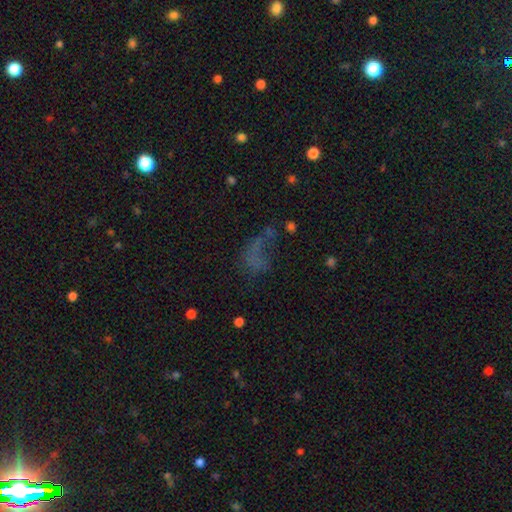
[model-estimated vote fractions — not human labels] This appears to be a smooth galaxy with no disk features (41%). Merging: major disturbance (39%).